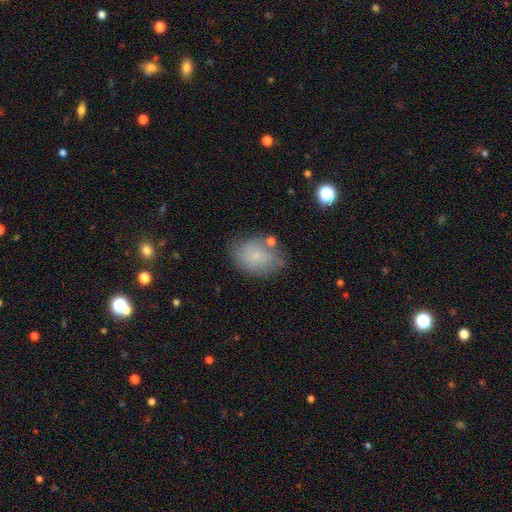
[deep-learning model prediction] Q: Smooth or featured?
A: smooth (64%); runner-up: featured or disk (26%)
Q: How rounded?
A: in between (74%); runner-up: round (24%)
Q: Merging?
A: none (62%); runner-up: minor disturbance (24%)